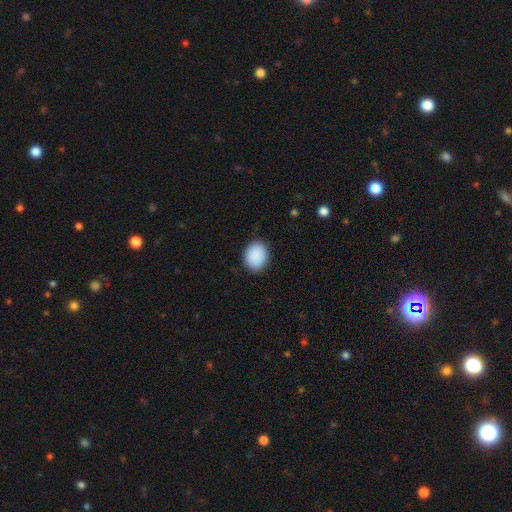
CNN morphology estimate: The model was most divided on "how rounded": round: 50%, in between: 49%, cigar-shaped: 1%. More confident: smooth or featured — smooth (90%); merging — none (88%).